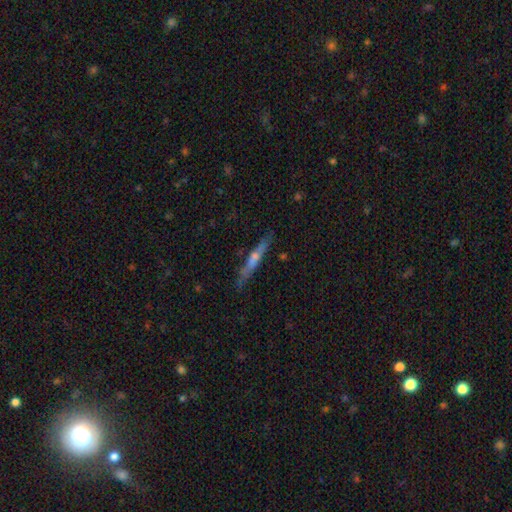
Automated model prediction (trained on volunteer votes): Smooth or featured? Predicted: featured or disk (p=0.54). Edge-on disk? Predicted: yes (p=0.94). Edge-on bulge? Predicted: rounded (p=0.53). Merging? Predicted: none (p=0.81).